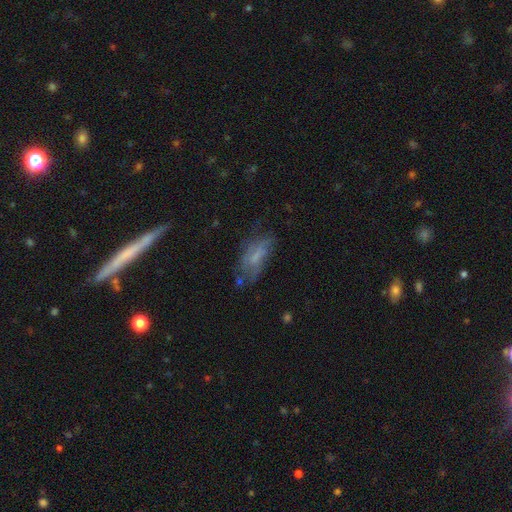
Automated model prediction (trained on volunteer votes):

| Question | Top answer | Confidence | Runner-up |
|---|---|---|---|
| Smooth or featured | featured or disk | 45% | smooth (44%) |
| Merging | none | 49% | minor disturbance (27%) |